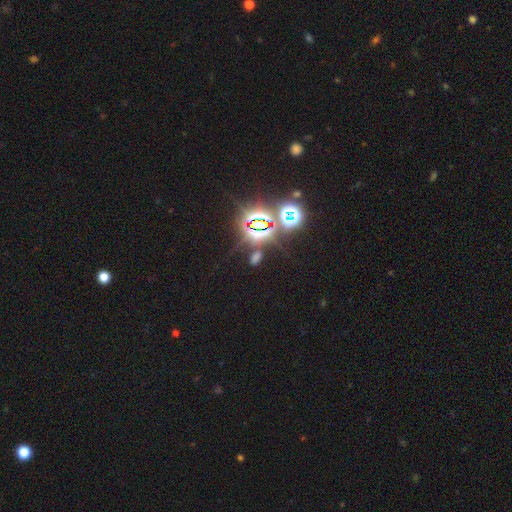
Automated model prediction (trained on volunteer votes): smooth-or-featured: star or artifact: 79% | smooth: 13% | featured or disk: 9%